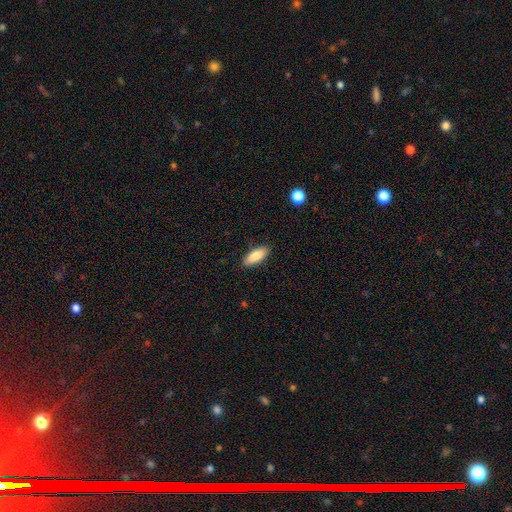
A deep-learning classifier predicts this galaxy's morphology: Smooth or featured? smooth (84%)
How rounded? in between (74%)
Merging? none (87%)